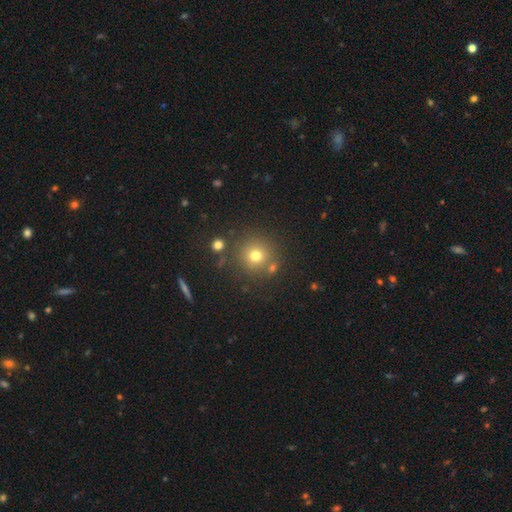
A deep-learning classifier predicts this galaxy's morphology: Overall: smooth (73%). How rounded: round (94%). Merging: none (79%).